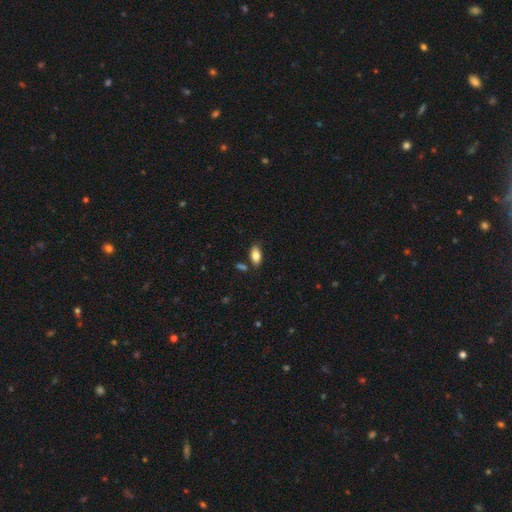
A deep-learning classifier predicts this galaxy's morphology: Overall: smooth (82%). How rounded: in between (91%). Merging: none (79%).